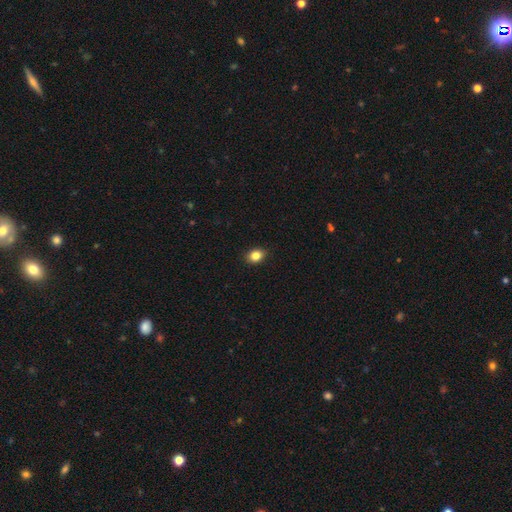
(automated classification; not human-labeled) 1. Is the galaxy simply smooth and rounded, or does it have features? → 84% smooth, 10% star or artifact, 5% featured or disk.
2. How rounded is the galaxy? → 52% in between, 47% round, 1% cigar-shaped.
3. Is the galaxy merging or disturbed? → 90% none, 7% minor disturbance, 2% major disturbance, 1% merger.